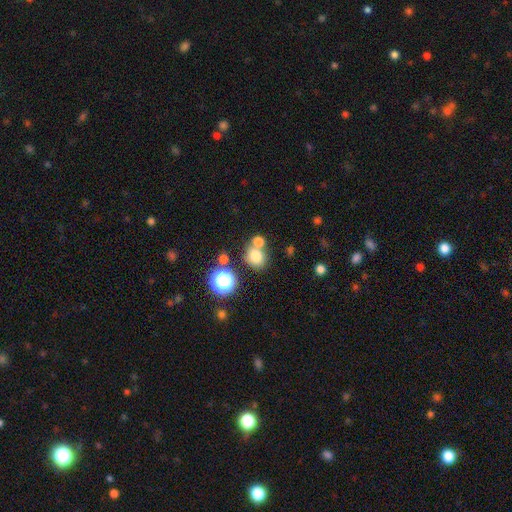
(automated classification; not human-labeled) smooth_or_featured: smooth (p=0.76) [alt: star or artifact p=0.15]
how_rounded: round (p=0.66) [alt: in between p=0.33]
merging: none (p=0.57) [alt: merger p=0.28]